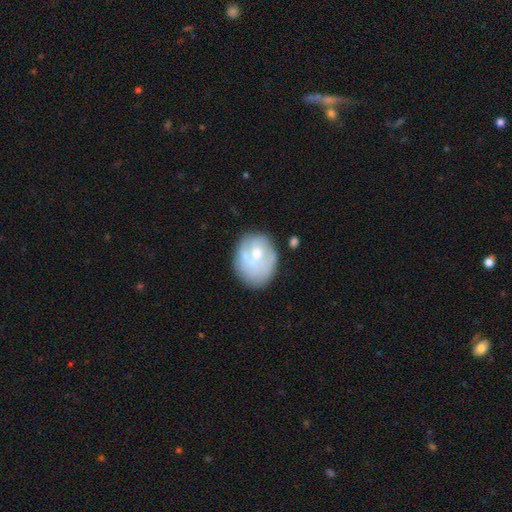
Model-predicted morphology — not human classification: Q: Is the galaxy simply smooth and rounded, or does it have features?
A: featured or disk — 47%.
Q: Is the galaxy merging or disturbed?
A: none — 58%.